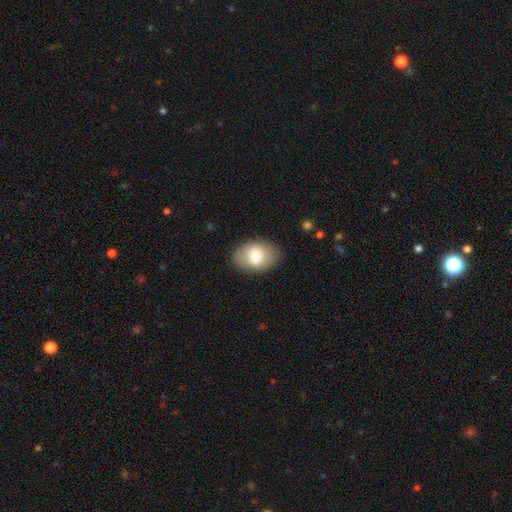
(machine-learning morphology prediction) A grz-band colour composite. It shows a smooth galaxy with no disk features (71%) that is in between round and cigar-shaped (80%). Merging: none (82%).